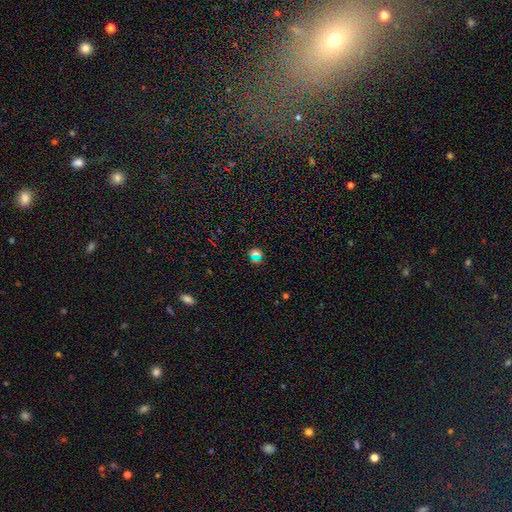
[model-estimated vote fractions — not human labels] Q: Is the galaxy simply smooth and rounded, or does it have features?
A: smooth — 52%.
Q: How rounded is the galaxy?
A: round — 77%.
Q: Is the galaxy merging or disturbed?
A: none — 77%.